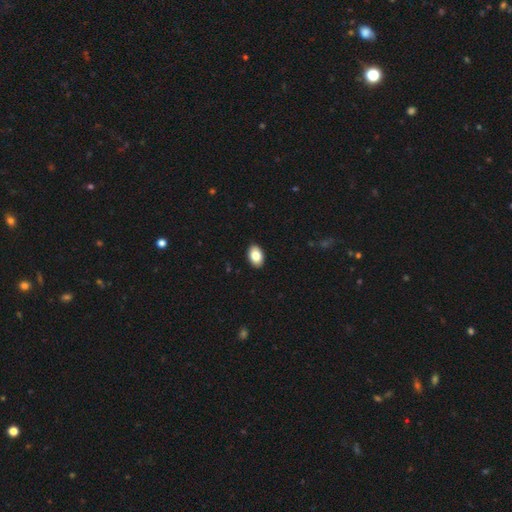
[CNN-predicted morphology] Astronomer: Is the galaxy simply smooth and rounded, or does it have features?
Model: smooth — 85%.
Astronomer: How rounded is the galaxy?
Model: in between — 89%.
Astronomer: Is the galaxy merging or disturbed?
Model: none — 91%.